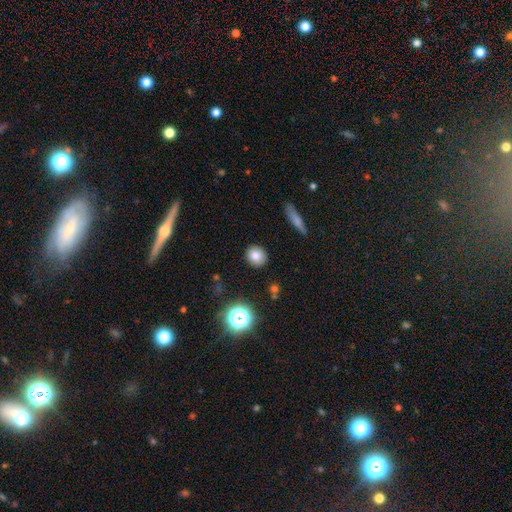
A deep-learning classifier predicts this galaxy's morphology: type=smooth (82%); roundness=round (82%); merging=none (89%).